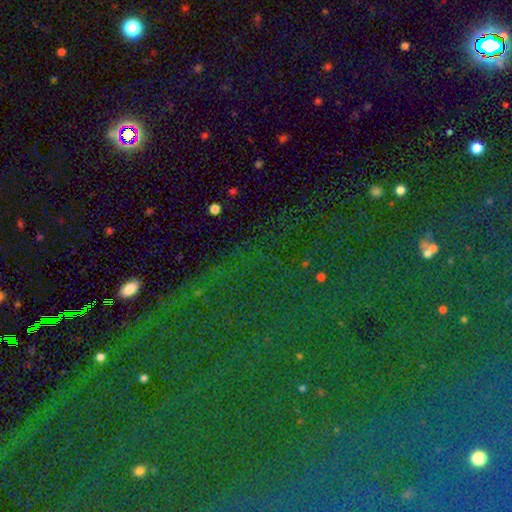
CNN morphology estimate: A star or artifact, not a galaxy (83%).